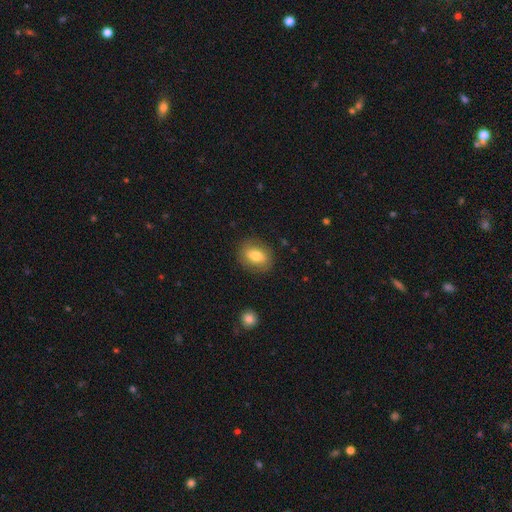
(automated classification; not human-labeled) smooth_or_featured: smooth (p=0.75) [alt: featured or disk p=0.17]
how_rounded: in between (p=0.63) [alt: round p=0.36]
merging: none (p=0.84) [alt: minor disturbance p=0.11]